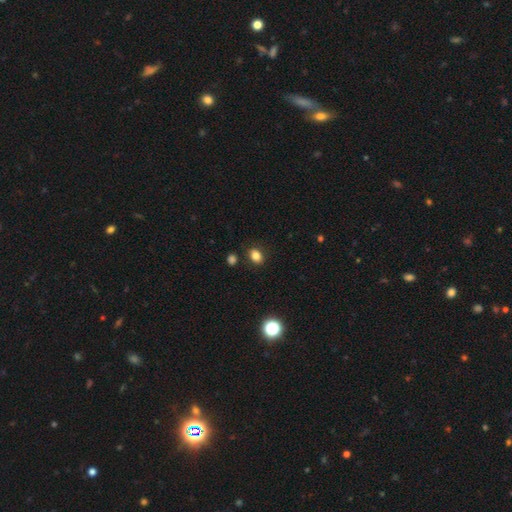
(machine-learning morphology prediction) Smooth or featured? smooth (83%)
How rounded? in between (67%)
Merging? none (84%)